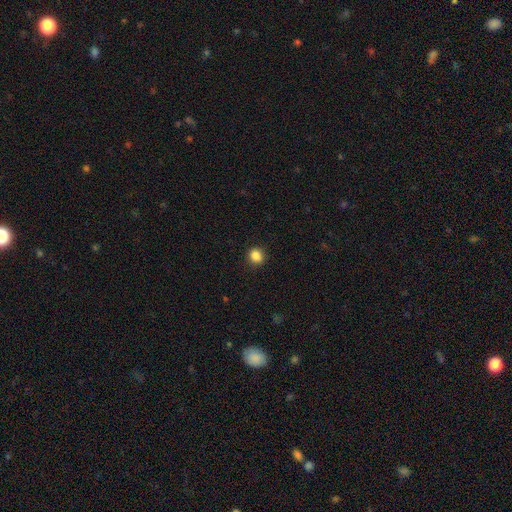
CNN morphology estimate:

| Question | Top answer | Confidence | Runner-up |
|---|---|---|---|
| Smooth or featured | smooth | 86% | star or artifact (11%) |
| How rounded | round | 84% | in between (15%) |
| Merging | none | 90% | minor disturbance (7%) |